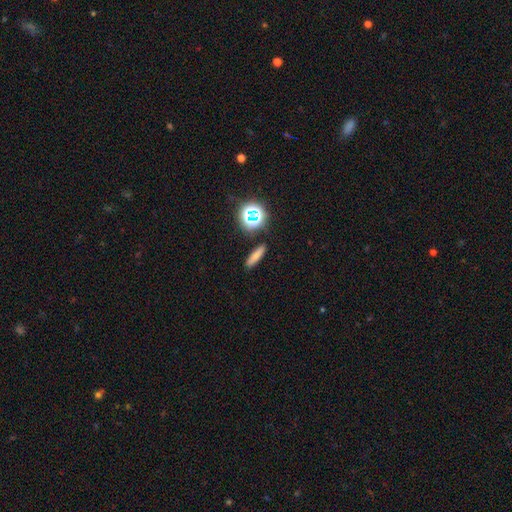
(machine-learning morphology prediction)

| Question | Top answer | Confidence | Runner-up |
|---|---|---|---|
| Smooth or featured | smooth | 73% | star or artifact (17%) |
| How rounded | cigar-shaped | 72% | in between (20%) |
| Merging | none | 88% | minor disturbance (7%) |